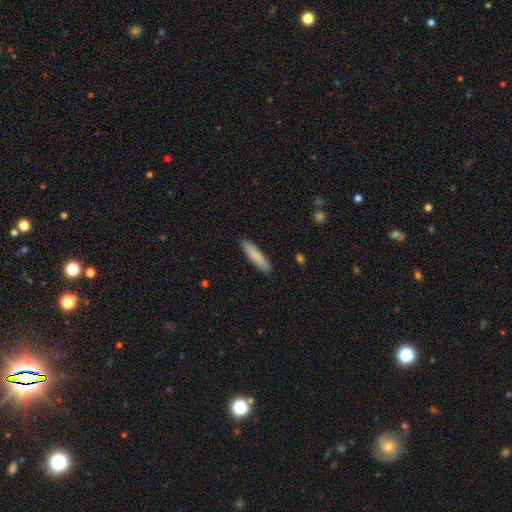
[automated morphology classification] smooth_or_featured: smooth (p=0.85) [alt: featured or disk p=0.10]
how_rounded: cigar-shaped (p=0.84) [alt: in between p=0.15]
merging: none (p=0.90) [alt: minor disturbance p=0.07]